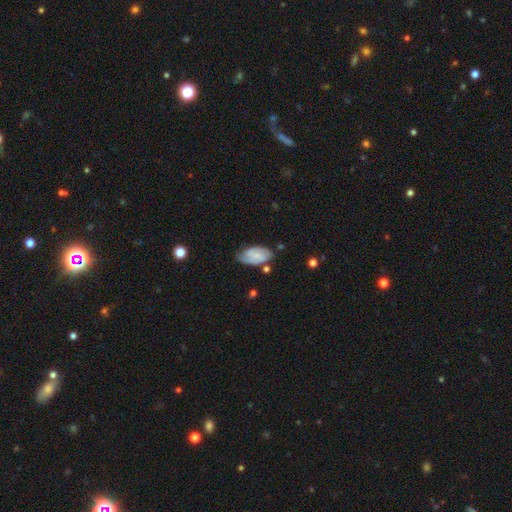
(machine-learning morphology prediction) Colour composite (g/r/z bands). It shows a featured or disk galaxy (53%). Merging: none (61%).